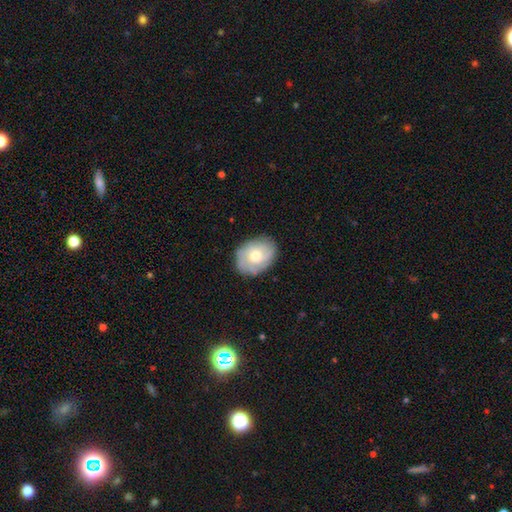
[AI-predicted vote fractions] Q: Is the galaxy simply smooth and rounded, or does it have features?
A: smooth — 50%.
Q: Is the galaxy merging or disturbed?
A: none — 76%.